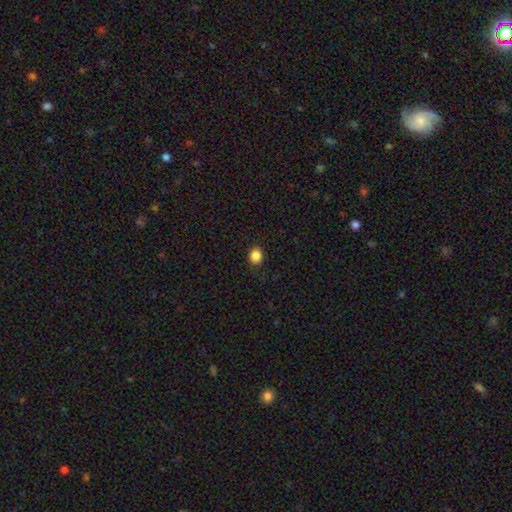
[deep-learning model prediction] Smooth or featured: smooth — 86% (star or artifact — 11%)
How rounded: round — 63% (in between — 36%)
Merging: none — 87% (minor disturbance — 10%)